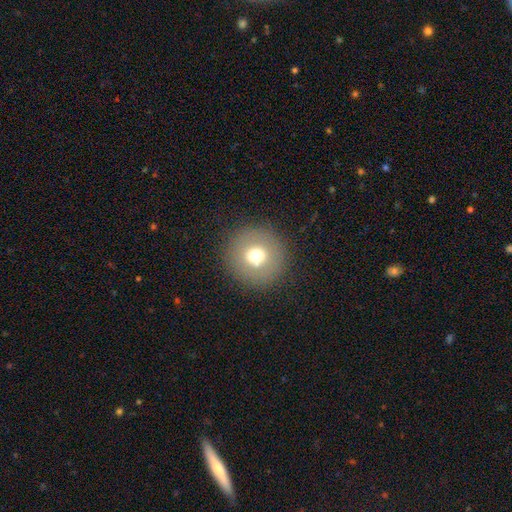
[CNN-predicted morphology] A smooth galaxy with no disk features (68%) that is round (95%). Merging: none (87%).